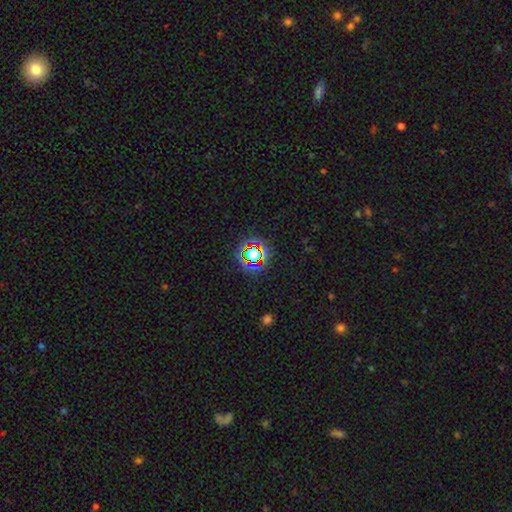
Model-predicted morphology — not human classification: A star or artifact, not a galaxy (68%).